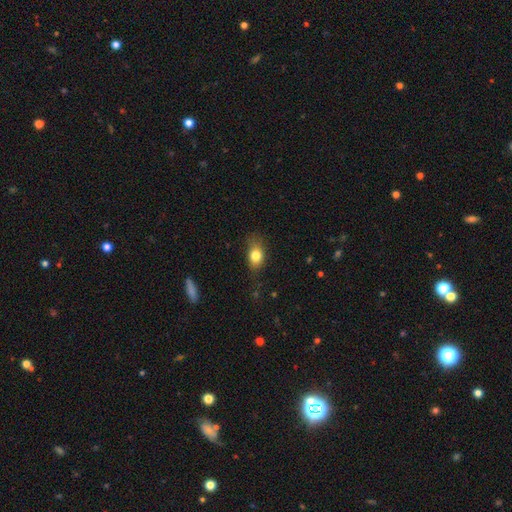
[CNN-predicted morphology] A smooth galaxy with no disk features (80%) that is in between round and cigar-shaped (73%).

Vote fractions:
- Smooth or featured? smooth: 80% / featured or disk: 11% / star or artifact: 9%
- How rounded? in between: 73% / round: 24% / cigar-shaped: 3%
- Merging? none: 67% / minor disturbance: 24% / major disturbance: 7% / merger: 1%